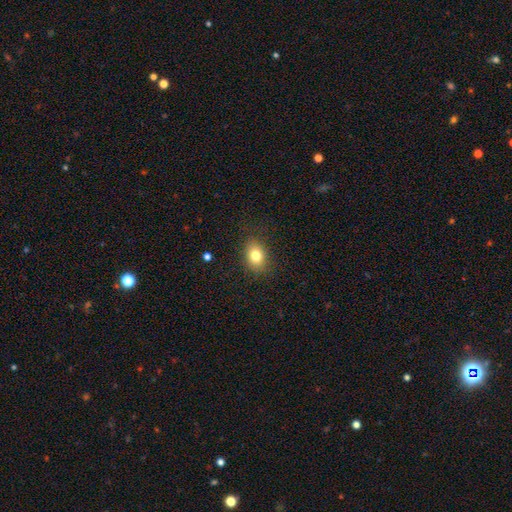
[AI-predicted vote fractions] A smooth galaxy with no disk features (79%) that is in between round and cigar-shaped (66%). Merging: none (85%).